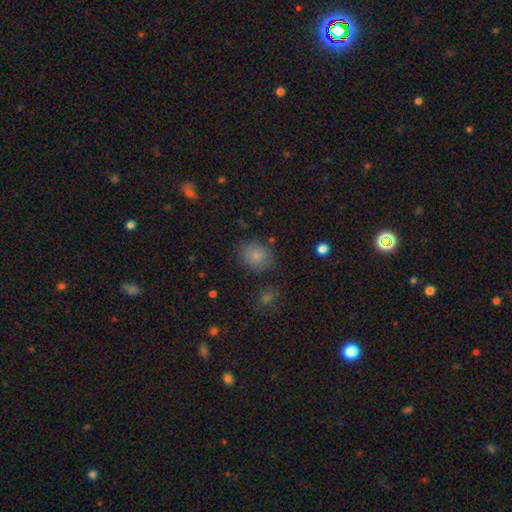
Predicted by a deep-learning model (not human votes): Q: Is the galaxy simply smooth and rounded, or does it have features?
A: smooth — 83%.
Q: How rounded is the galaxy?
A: round — 58%.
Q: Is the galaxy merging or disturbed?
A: none — 78%.